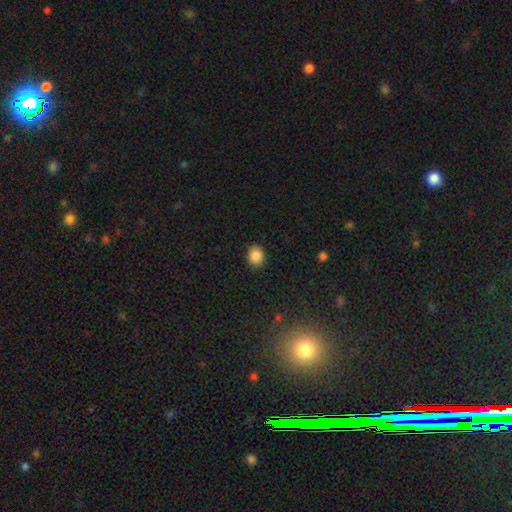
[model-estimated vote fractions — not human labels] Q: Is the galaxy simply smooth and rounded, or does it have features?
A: smooth — 87%.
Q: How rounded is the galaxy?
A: round — 73%.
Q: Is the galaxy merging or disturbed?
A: none — 90%.